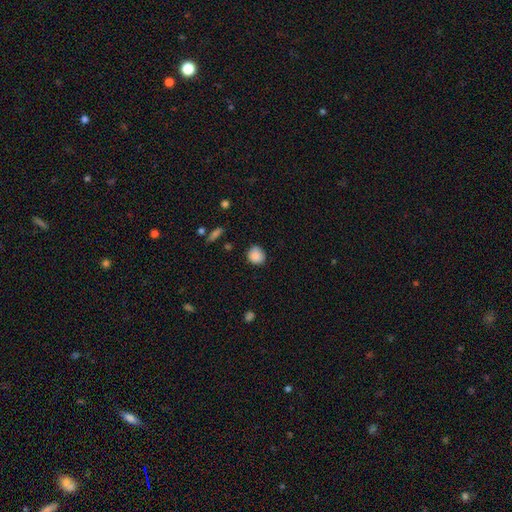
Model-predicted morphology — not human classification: Smooth or featured: smooth — 87% (star or artifact — 8%)
How rounded: round — 84% (in between — 15%)
Merging: none — 85% (minor disturbance — 11%)